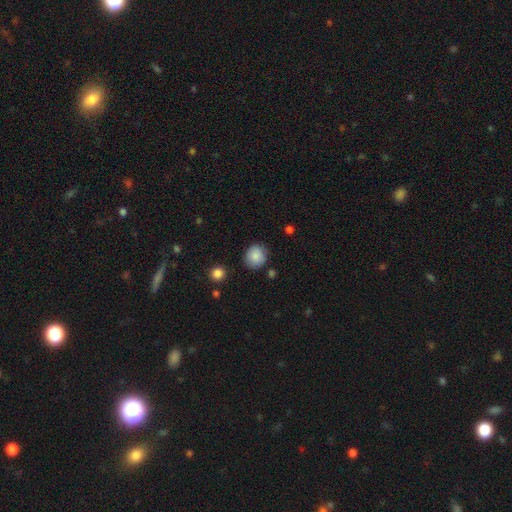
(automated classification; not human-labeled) Overall: smooth (86%). How rounded: round (83%). Merging: none (83%).